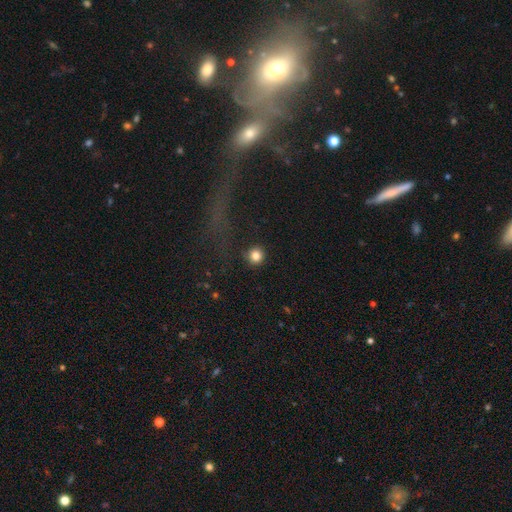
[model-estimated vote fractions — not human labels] Smooth or featured?
  - smooth: 83% *
  - star or artifact: 11%
  - featured or disk: 6%
How rounded?
  - round: 94% *
  - in between: 5%
  - cigar-shaped: 1%
Merging?
  - none: 88% *
  - minor disturbance: 7%
  - major disturbance: 3%
  - merger: 2%